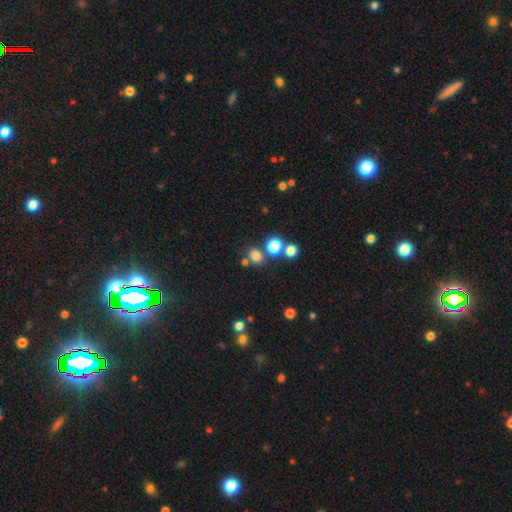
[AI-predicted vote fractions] This is likely a smooth galaxy (76%). How rounded: possibly round (55%). Merging: likely none (67%).